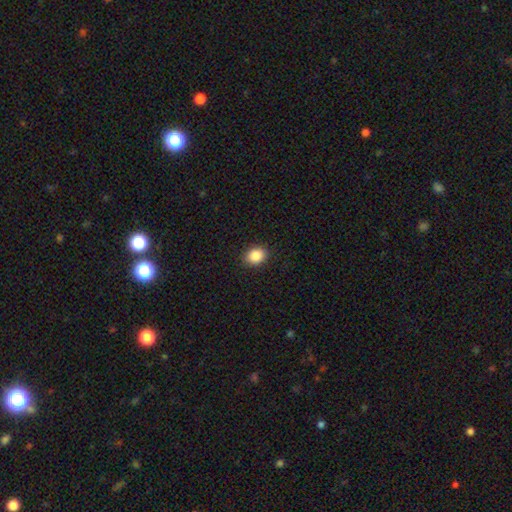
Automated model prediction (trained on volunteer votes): Smooth or featured? smooth (88%)
How rounded? in between (57%)
Merging? none (90%)